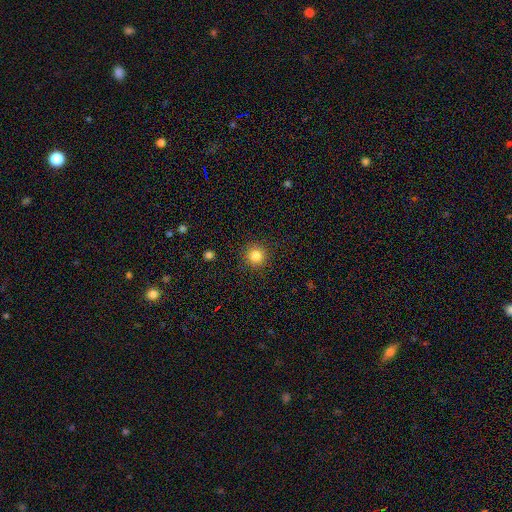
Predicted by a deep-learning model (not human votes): Overall: smooth (84%). How rounded: round (95%). Merging: none (90%).